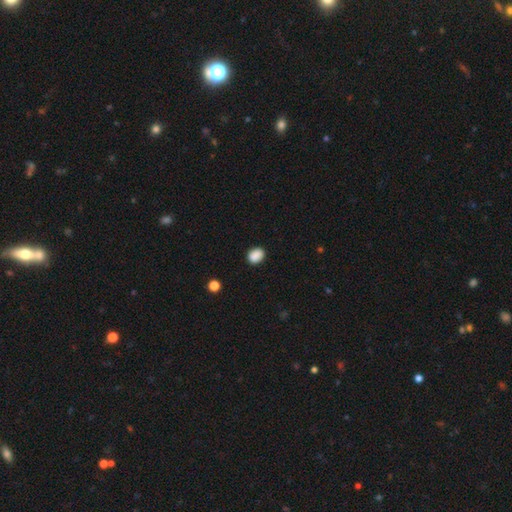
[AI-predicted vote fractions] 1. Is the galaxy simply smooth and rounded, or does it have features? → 88% smooth, 9% star or artifact, 3% featured or disk.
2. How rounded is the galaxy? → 56% in between, 43% round, 1% cigar-shaped.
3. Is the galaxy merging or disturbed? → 85% none, 11% minor disturbance, 2% major disturbance, 1% merger.